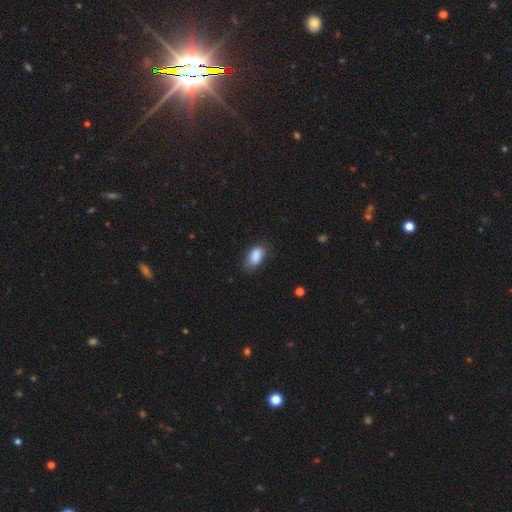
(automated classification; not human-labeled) smooth 88%, star or artifact 7%, featured or disk 5%. Down the decision tree: how rounded — in between (91%); merging — none (72%).